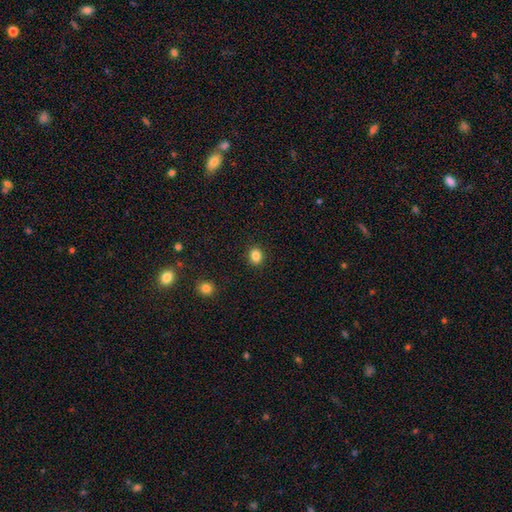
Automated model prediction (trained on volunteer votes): Smooth or featured? smooth (85%)
How rounded? round (62%)
Merging? none (91%)